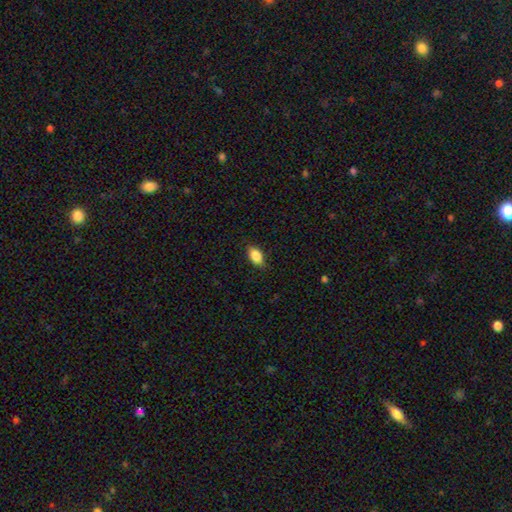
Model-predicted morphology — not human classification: The model was most divided on "merging": none: 86%, minor disturbance: 11%, major disturbance: 2%, merger: 1%. More confident: how rounded — in between (90%); smooth or featured — smooth (87%).